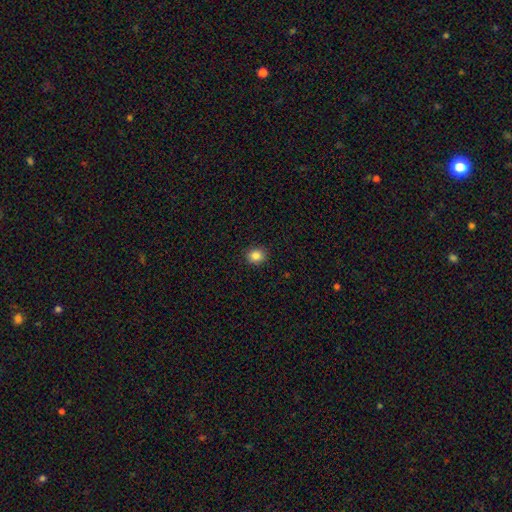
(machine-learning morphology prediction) The model was most divided on "how rounded": round: 72%, in between: 27%, cigar-shaped: 1%. More confident: merging — none (90%); smooth or featured — smooth (86%).